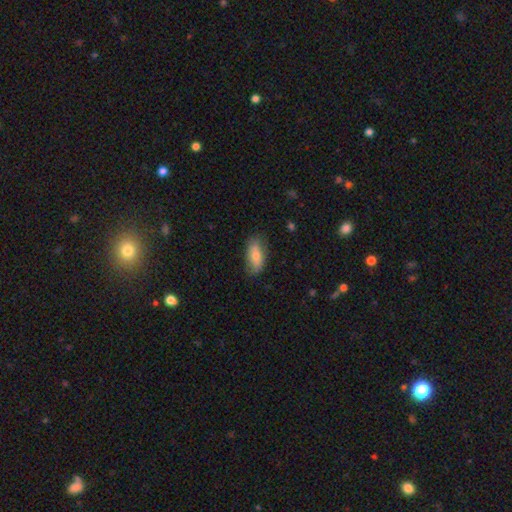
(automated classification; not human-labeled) smooth 71%, featured or disk 22%, star or artifact 6%. Down the decision tree: how rounded — in between (88%); merging — none (77%).